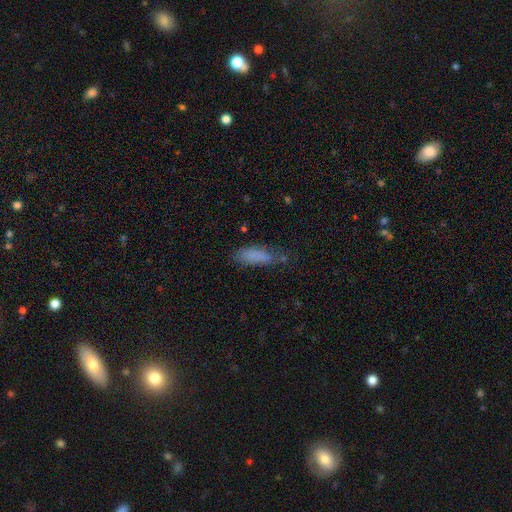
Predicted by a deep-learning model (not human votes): smooth_or_featured: smooth (p=0.83) [alt: star or artifact p=0.09]
how_rounded: in between (p=0.57) [alt: cigar-shaped p=0.42]
merging: none (p=0.58) [alt: minor disturbance p=0.28]